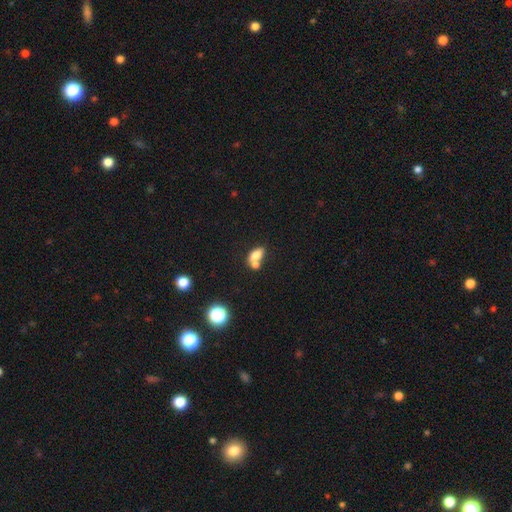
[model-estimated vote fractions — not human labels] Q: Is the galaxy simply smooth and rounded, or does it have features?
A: smooth — 74%.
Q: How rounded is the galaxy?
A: in between — 83%.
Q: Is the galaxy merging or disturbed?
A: merger — 54%.